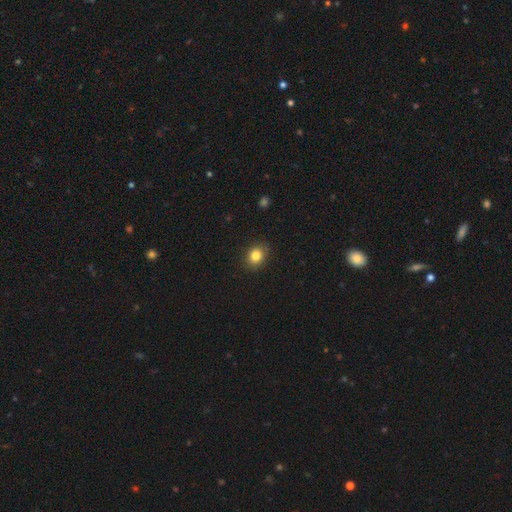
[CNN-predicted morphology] This appears to be a smooth galaxy with no disk features (84%) that is round (59%). Merging: none (85%).